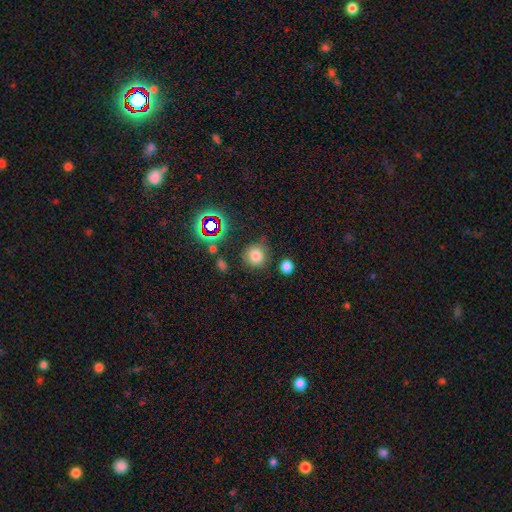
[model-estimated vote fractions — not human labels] This appears to be a smooth galaxy with no disk features (75%) that is round (89%). Merging: none (75%).